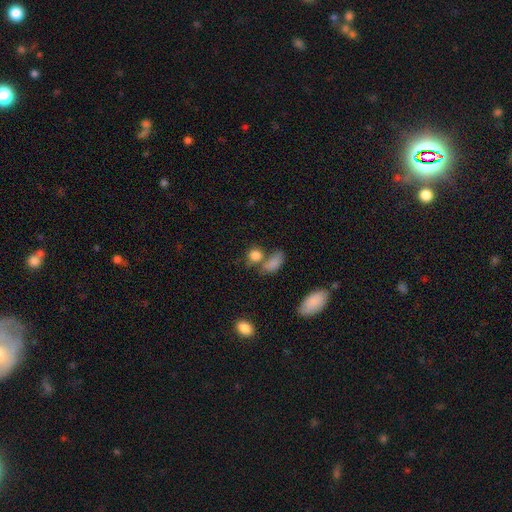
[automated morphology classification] A smooth galaxy with no disk features (81%) that is round (64%).

Vote fractions:
- Smooth or featured? smooth: 81% / star or artifact: 11% / featured or disk: 8%
- How rounded? round: 64% / in between: 34% / cigar-shaped: 3%
- Merging? none: 46% / merger: 34% / minor disturbance: 13% / major disturbance: 7%